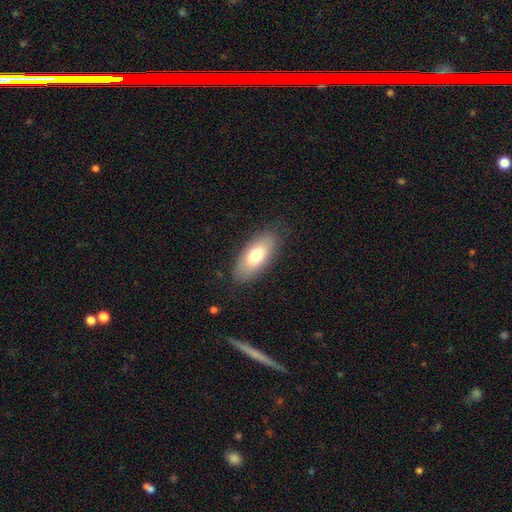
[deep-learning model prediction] Smooth or featured? smooth (75%)
How rounded? in between (87%)
Merging? none (83%)